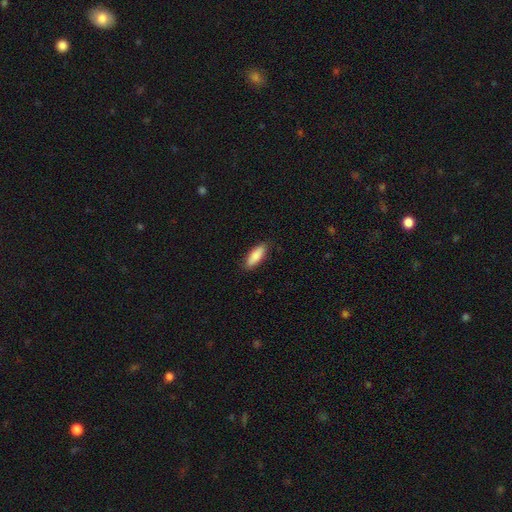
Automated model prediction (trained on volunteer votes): Q: Smooth or featured?
A: smooth (85%); runner-up: featured or disk (9%)
Q: How rounded?
A: in between (66%); runner-up: cigar-shaped (32%)
Q: Merging?
A: none (86%); runner-up: minor disturbance (11%)